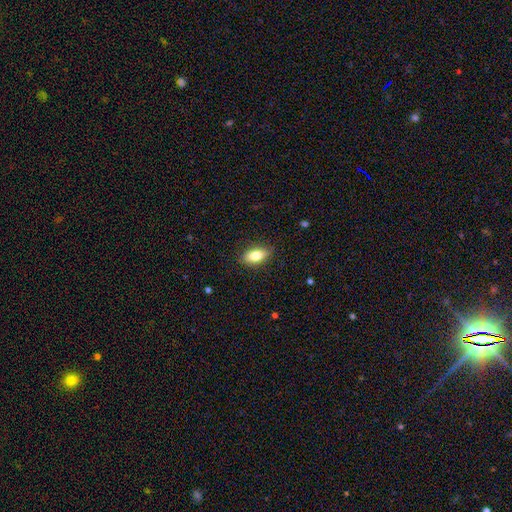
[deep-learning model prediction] Smooth or featured?
  - smooth: 81% *
  - featured or disk: 12%
  - star or artifact: 7%
How rounded?
  - in between: 87% *
  - cigar-shaped: 9%
  - round: 4%
Merging?
  - none: 87% *
  - minor disturbance: 9%
  - major disturbance: 2%
  - merger: 1%